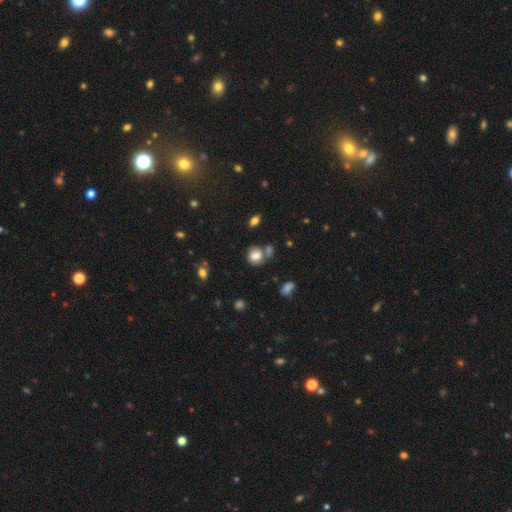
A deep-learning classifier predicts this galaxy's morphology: smooth 76%, featured or disk 12%, star or artifact 12%. Down the decision tree: how rounded — round (61%); merging — none (49%).